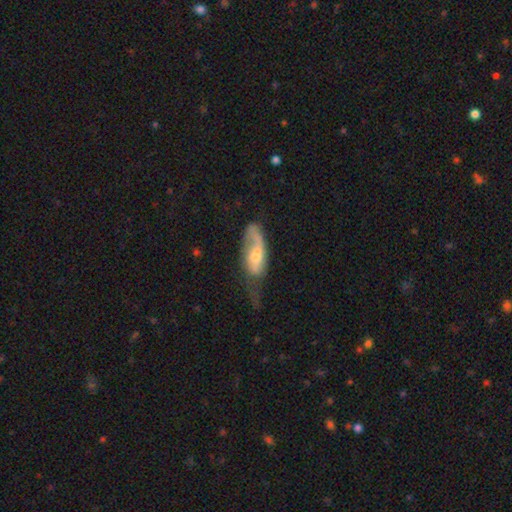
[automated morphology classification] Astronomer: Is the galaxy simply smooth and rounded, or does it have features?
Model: featured or disk — 53% (runner-up: smooth, 40%).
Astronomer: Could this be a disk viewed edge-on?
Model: no — 86%.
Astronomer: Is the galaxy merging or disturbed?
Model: none — 34% (runner-up: major disturbance, 32%).